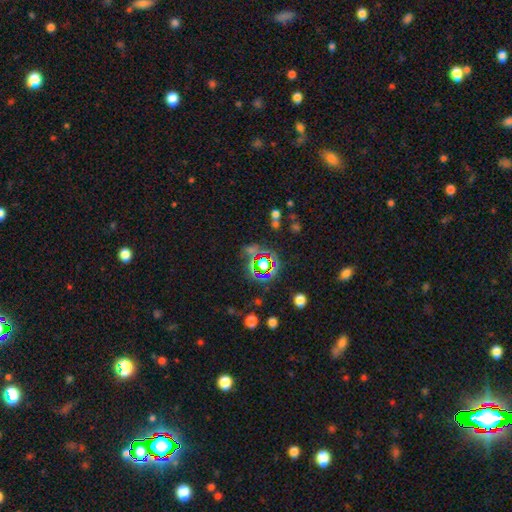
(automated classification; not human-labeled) Q: Smooth or featured?
A: star or artifact (67%); runner-up: smooth (20%)